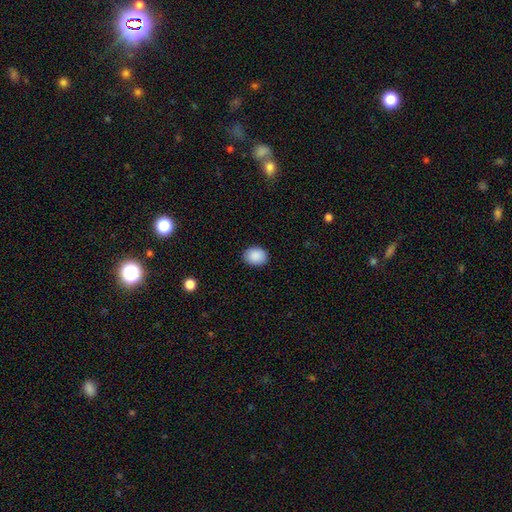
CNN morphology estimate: smooth_or_featured: smooth (p=0.90) [alt: star or artifact p=0.07]
how_rounded: in between (p=0.58) [alt: round p=0.41]
merging: none (p=0.89) [alt: minor disturbance p=0.08]